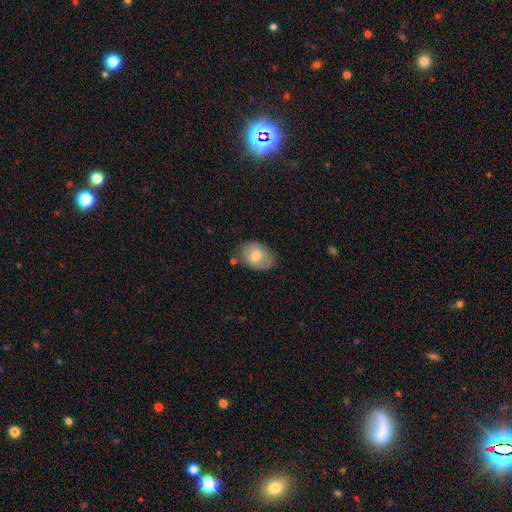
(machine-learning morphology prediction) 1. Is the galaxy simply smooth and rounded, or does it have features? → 63% smooth, 30% featured or disk, 7% star or artifact.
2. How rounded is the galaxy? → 75% in between, 24% round, 1% cigar-shaped.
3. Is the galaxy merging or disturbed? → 69% none, 22% minor disturbance, 5% major disturbance, 4% merger.